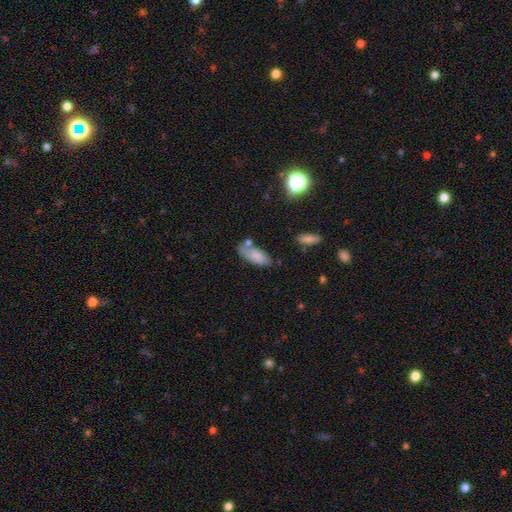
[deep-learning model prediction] smooth_or_featured: smooth (p=0.77) [alt: featured or disk p=0.15]
how_rounded: in between (p=0.82) [alt: cigar-shaped p=0.16]
merging: none (p=0.52) [alt: minor disturbance p=0.24]